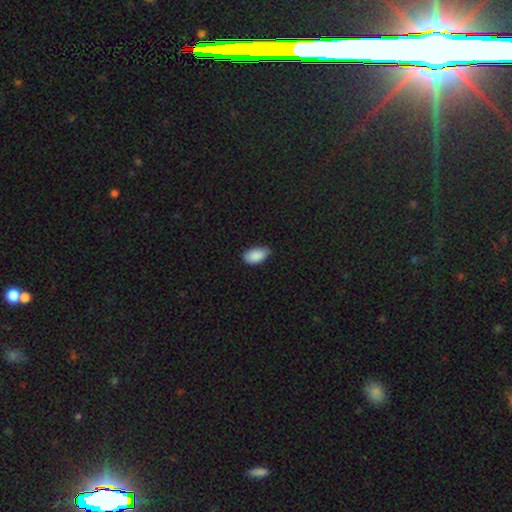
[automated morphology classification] A smooth galaxy with no disk features (89%) that is in between round and cigar-shaped (94%).

Vote fractions:
- Smooth or featured? smooth: 89% / star or artifact: 7% / featured or disk: 4%
- How rounded? in between: 94% / round: 3% / cigar-shaped: 2%
- Merging? none: 73% / minor disturbance: 24% / major disturbance: 3% / merger: 1%